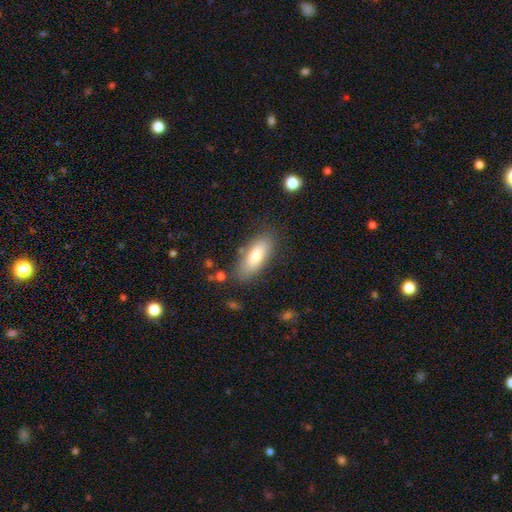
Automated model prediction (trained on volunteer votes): smooth_or_featured: smooth (p=0.74) [alt: featured or disk p=0.19]
how_rounded: in between (p=0.75) [alt: cigar-shaped p=0.23]
merging: none (p=0.81) [alt: minor disturbance p=0.13]